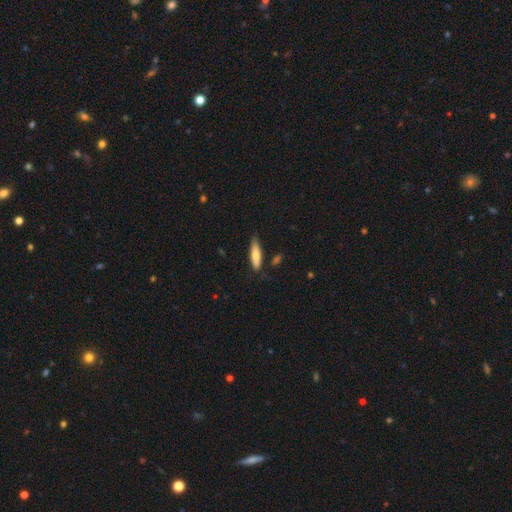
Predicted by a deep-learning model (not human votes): This appears to be a smooth galaxy with no disk features (72%) that is cigar-shaped (67%). Merging: none (77%).